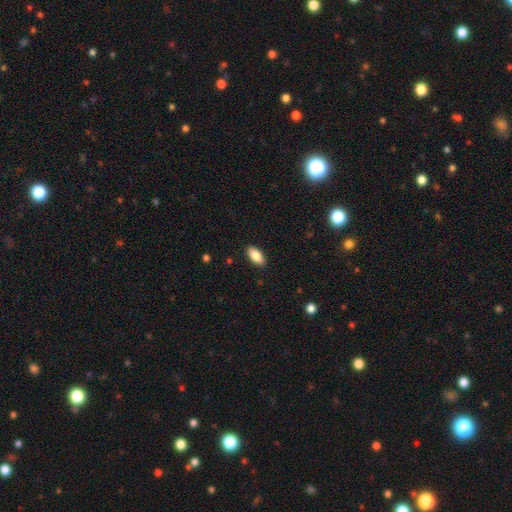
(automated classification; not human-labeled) smooth 86%, featured or disk 7%, star or artifact 7%. Down the decision tree: how rounded — in between (90%); merging — none (89%).